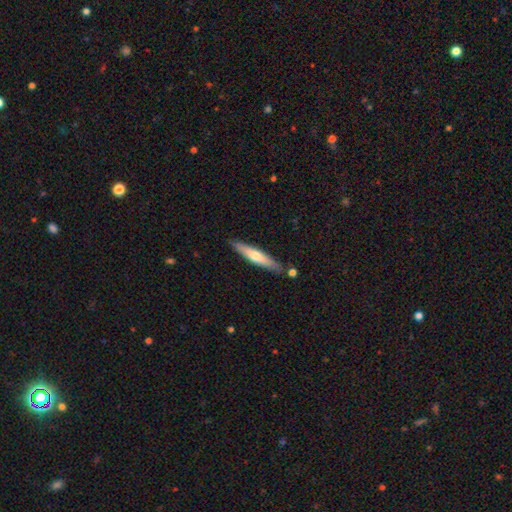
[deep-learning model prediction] A smooth galaxy with no disk features (52%) that is cigar-shaped (89%). Merging: none (84%).